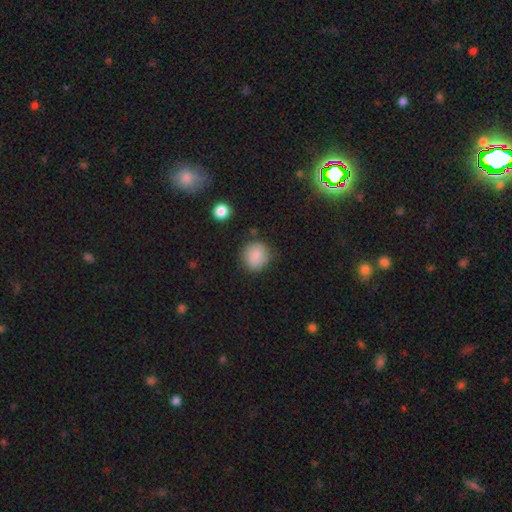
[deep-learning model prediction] Overall: smooth (86%). How rounded: round (82%). Merging: none (78%).